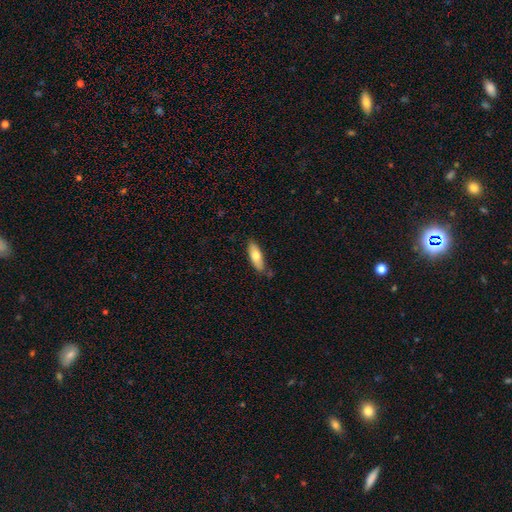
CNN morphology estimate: A smooth galaxy with no disk features (71%) that is in between round and cigar-shaped (59%). Merging: none (76%).